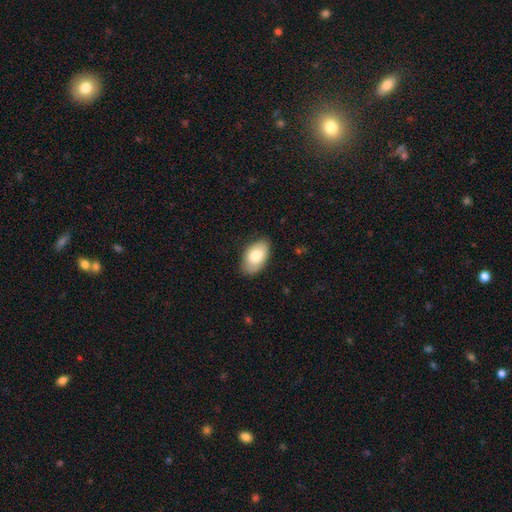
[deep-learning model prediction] Smooth or featured? Predicted: smooth (p=0.80). How rounded? Predicted: in between (p=0.94). Merging? Predicted: none (p=0.80).